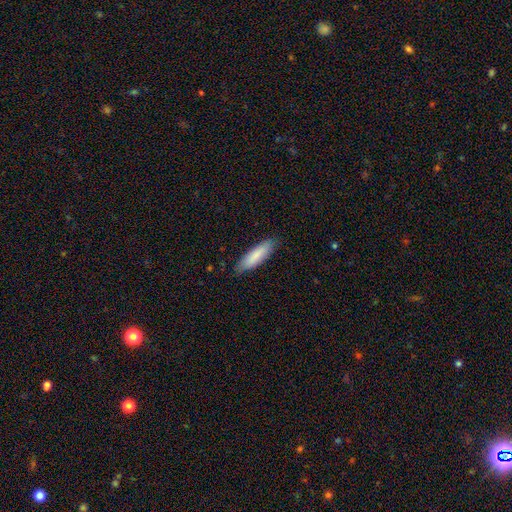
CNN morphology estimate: Smooth or featured? Predicted: smooth (p=0.84). How rounded? Predicted: cigar-shaped (p=0.60). Merging? Predicted: none (p=0.84).